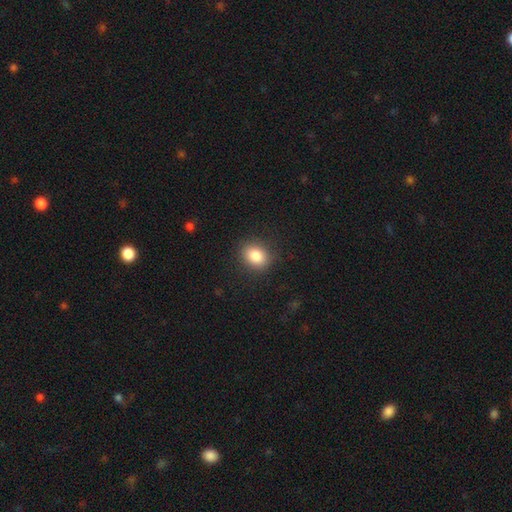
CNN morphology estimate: A smooth galaxy with no disk features (85%) that is in between round and cigar-shaped (53%). Merging: none (86%).